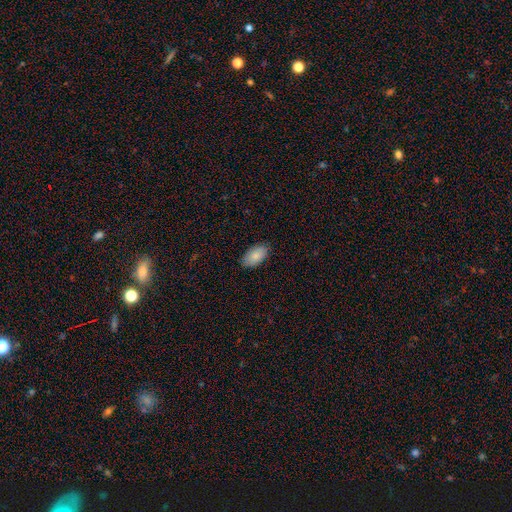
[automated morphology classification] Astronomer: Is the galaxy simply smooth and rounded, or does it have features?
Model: smooth — 85%.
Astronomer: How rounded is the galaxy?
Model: in between — 95%.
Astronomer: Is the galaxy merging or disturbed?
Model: none — 86%.